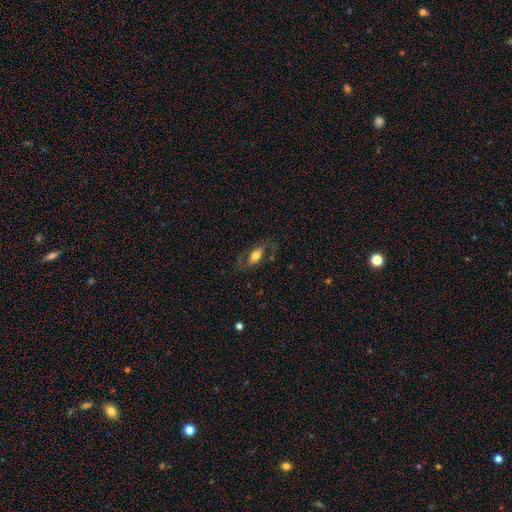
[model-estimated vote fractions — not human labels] Smooth or featured? Predicted: smooth (p=0.53). How rounded? Predicted: in between (p=0.85). Merging? Predicted: none (p=0.69).